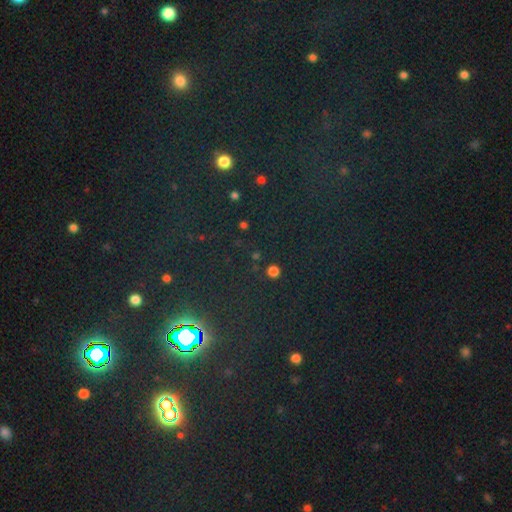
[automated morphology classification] Smooth or featured? Predicted: star or artifact (p=0.74).